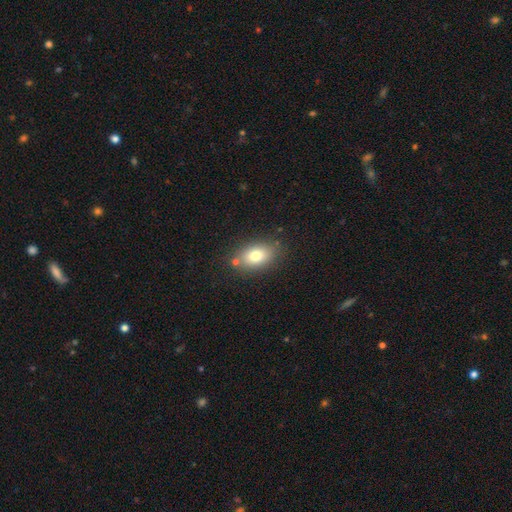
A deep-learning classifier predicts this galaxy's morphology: This appears to be a smooth galaxy with no disk features (77%) that is in between round and cigar-shaped (83%). Merging: none (76%).